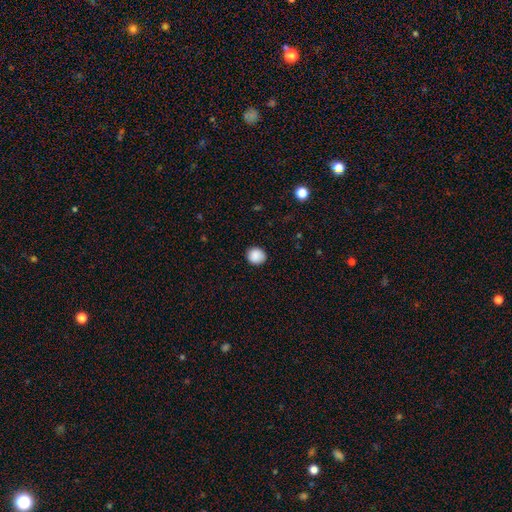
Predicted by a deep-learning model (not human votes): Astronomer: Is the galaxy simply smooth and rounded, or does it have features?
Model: smooth — 89%.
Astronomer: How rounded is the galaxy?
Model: round — 85%.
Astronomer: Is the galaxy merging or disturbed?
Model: none — 89%.